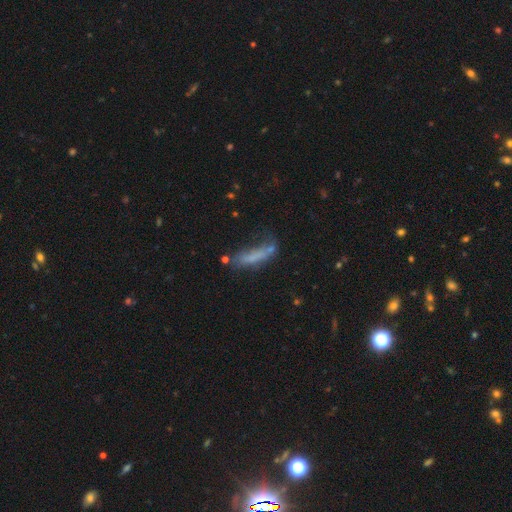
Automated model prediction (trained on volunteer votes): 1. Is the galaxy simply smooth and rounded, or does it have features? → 60% smooth, 26% featured or disk, 13% star or artifact.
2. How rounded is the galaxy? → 71% cigar-shaped, 27% in between, 2% round.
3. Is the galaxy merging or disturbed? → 41% none, 25% minor disturbance, 22% major disturbance, 12% merger.